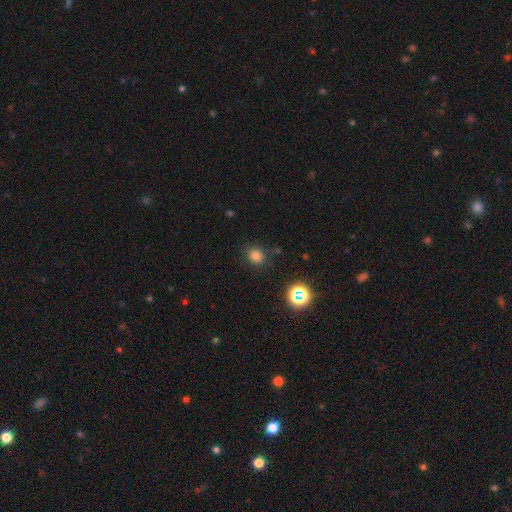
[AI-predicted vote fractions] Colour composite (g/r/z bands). It shows a smooth galaxy with no disk features (77%) that is round (81%). Merging: none (84%).